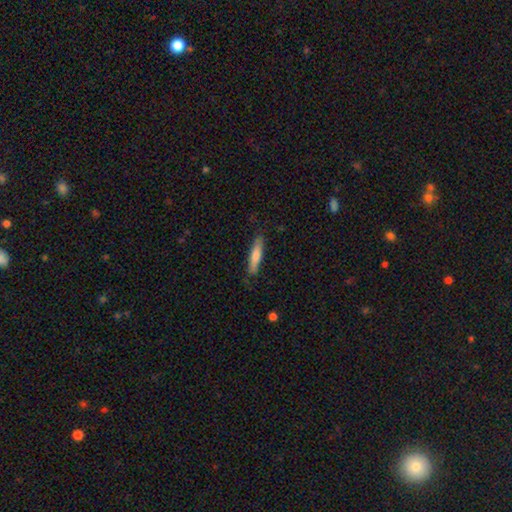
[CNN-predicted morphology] A smooth galaxy with no disk features (66%) that is cigar-shaped (85%). Merging: none (82%).